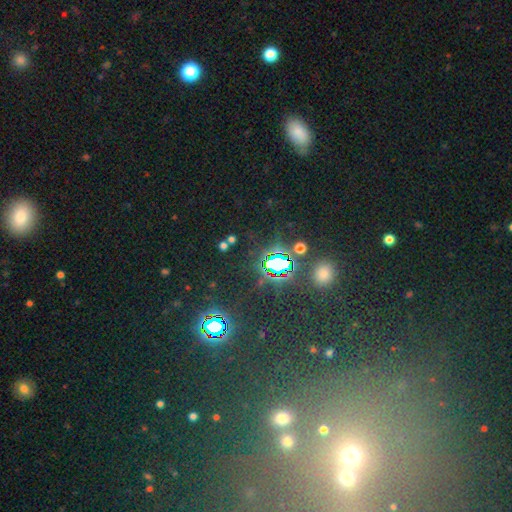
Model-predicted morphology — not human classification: A star or artifact, not a galaxy (62%).

Vote fractions:
- Smooth or featured? star or artifact: 62% / smooth: 26% / featured or disk: 12%